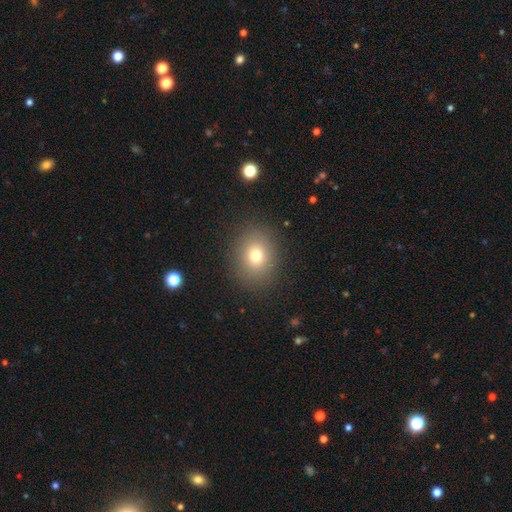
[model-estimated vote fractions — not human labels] Q: Smooth or featured?
A: smooth (74%); runner-up: star or artifact (14%)
Q: How rounded?
A: round (62%); runner-up: in between (37%)
Q: Merging?
A: none (87%); runner-up: minor disturbance (8%)